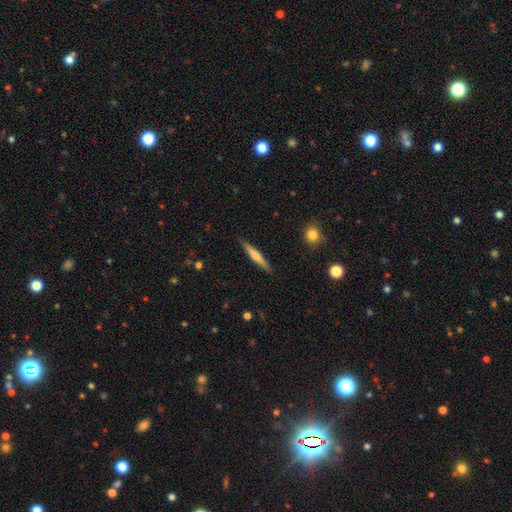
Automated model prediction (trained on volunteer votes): Smooth or featured? smooth (52%)
How rounded? cigar-shaped (94%)
Merging? none (89%)